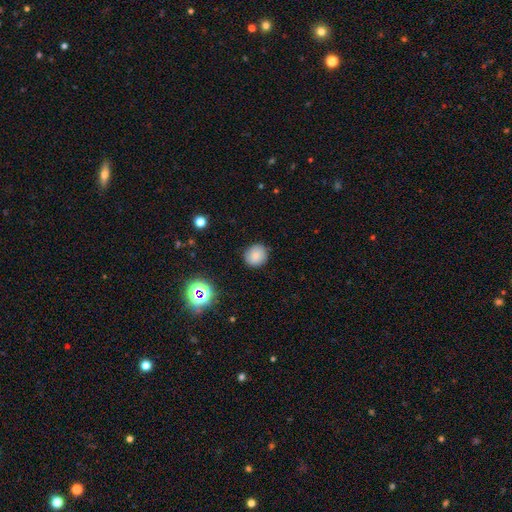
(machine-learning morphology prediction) This appears to be a smooth galaxy with no disk features (82%) that is round (89%). Merging: none (87%).